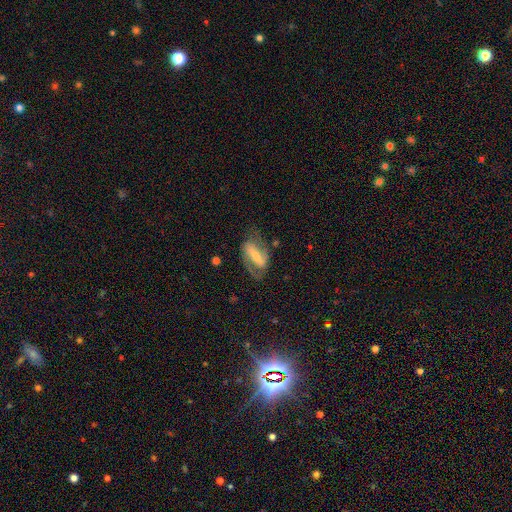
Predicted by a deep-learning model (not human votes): Morphology: type=featured or disk (75%); edge-on=no (93%); bar=strong (62%); spiral arms=yes (83%); winding=medium (46%); arm count=2 (82%); bulge=small (51%); merging=none (61%).